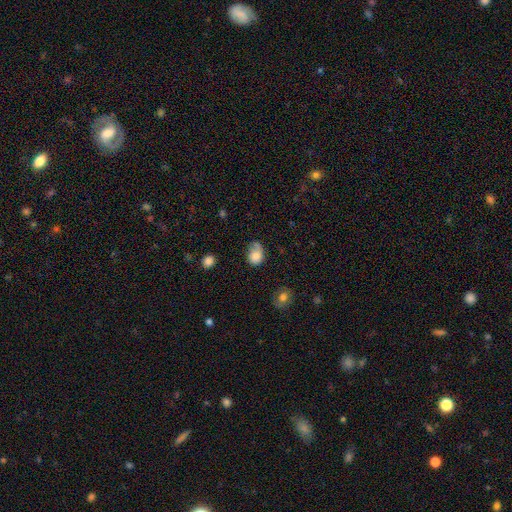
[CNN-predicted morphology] Smooth or featured?
  - smooth: 75% *
  - featured or disk: 17%
  - star or artifact: 8%
How rounded?
  - in between: 57% *
  - round: 42%
  - cigar-shaped: 1%
Merging?
  - none: 39% *
  - minor disturbance: 34%
  - major disturbance: 21%
  - merger: 6%